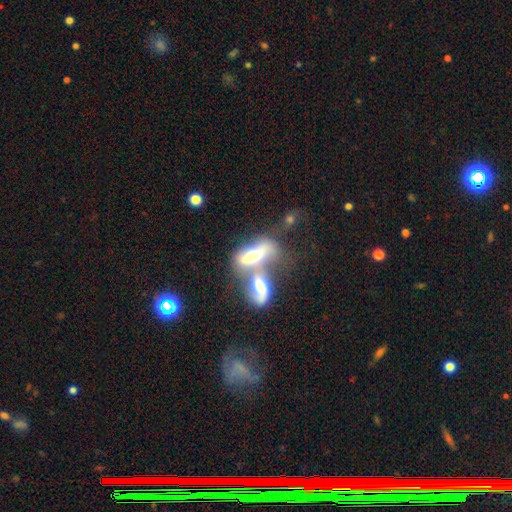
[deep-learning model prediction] smooth_or_featured: smooth (p=0.45) [alt: featured or disk p=0.44]
merging: merger (p=0.75) [alt: none p=0.11]